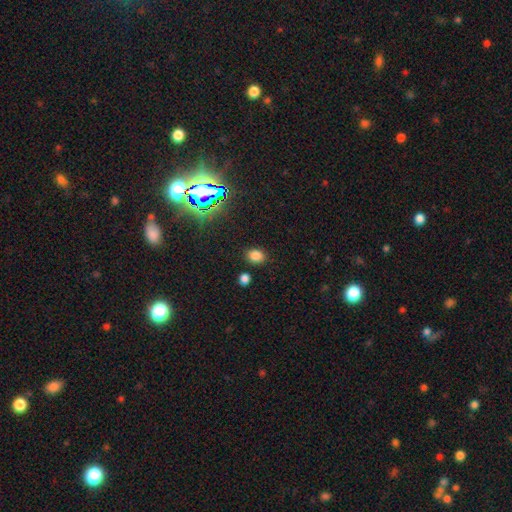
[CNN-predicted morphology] Smooth or featured? smooth (78%)
How rounded? in between (54%)
Merging? none (84%)